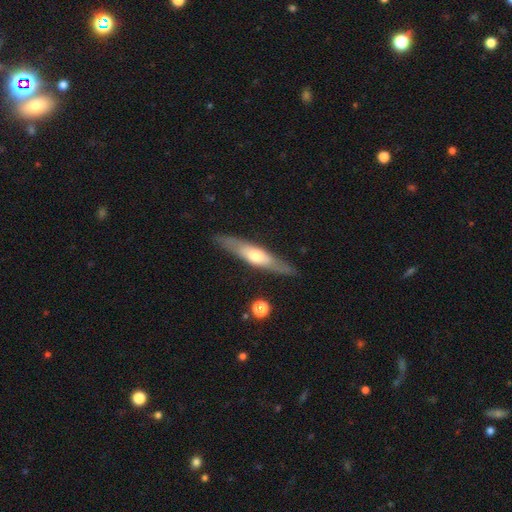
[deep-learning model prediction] Smooth or featured? Predicted: featured or disk (p=0.59). Edge-on disk? Predicted: yes (p=0.85). Edge-on bulge? Predicted: rounded (p=0.82). Merging? Predicted: none (p=0.86).